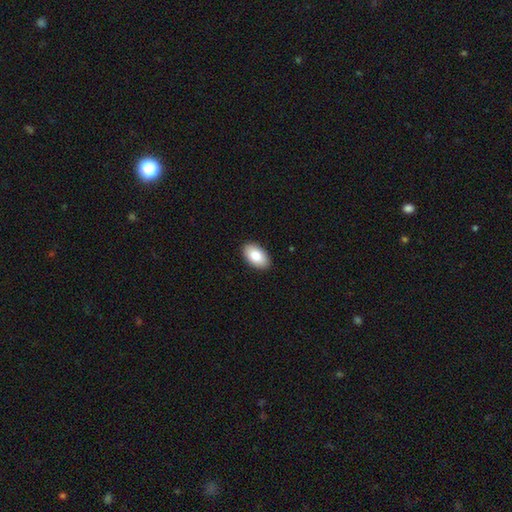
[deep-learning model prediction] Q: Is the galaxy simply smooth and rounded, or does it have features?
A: smooth — 85%.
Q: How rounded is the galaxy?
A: in between — 95%.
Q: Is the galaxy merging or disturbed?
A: none — 90%.